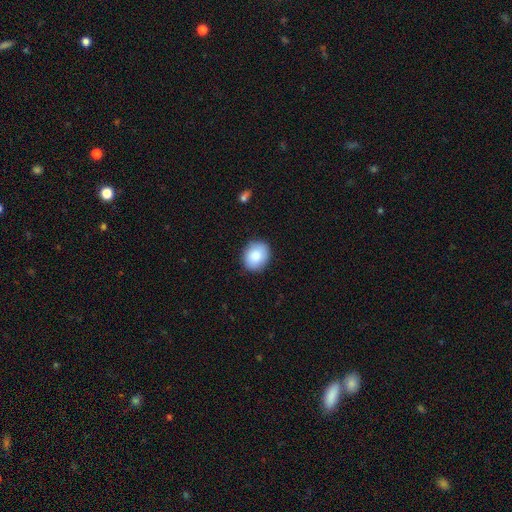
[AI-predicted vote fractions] The model was most divided on "how rounded": round: 57%, in between: 43%, cigar-shaped: 1%. More confident: merging — none (88%); smooth or featured — smooth (85%).